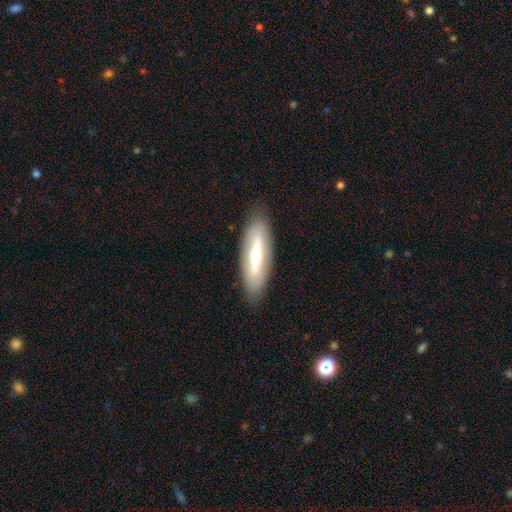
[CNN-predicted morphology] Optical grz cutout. It shows a featured or disk galaxy (50%). Merging: none (84%).